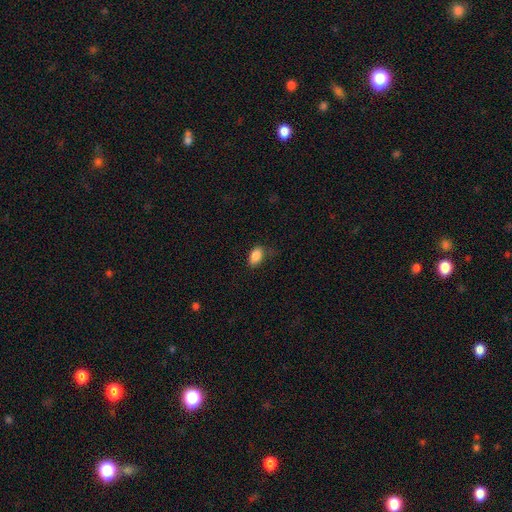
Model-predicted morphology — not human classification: type=smooth (87%); roundness=in between (90%); merging=none (69%).